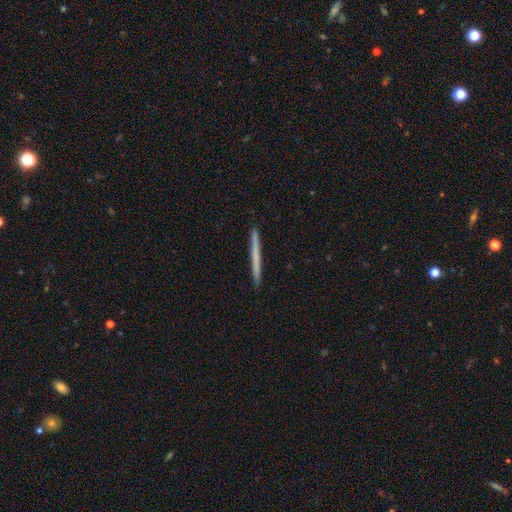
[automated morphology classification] smooth_or_featured: smooth (p=0.55) [alt: featured or disk p=0.40]
how_rounded: cigar-shaped (p=0.97) [alt: in between p=0.01]
merging: none (p=0.93) [alt: minor disturbance p=0.05]